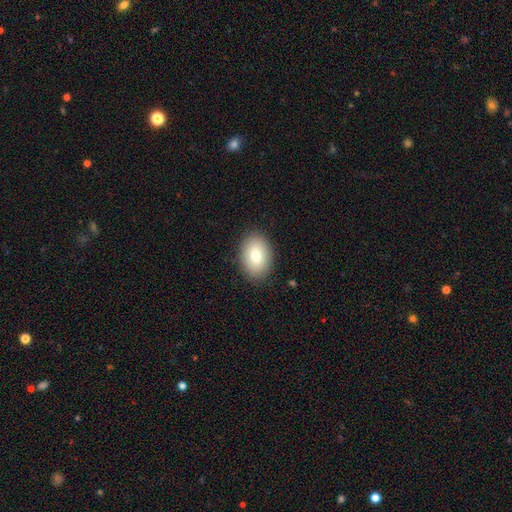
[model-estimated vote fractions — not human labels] This is likely a smooth galaxy (79%). How rounded: clearly in between (84%). Merging: clearly none (88%).